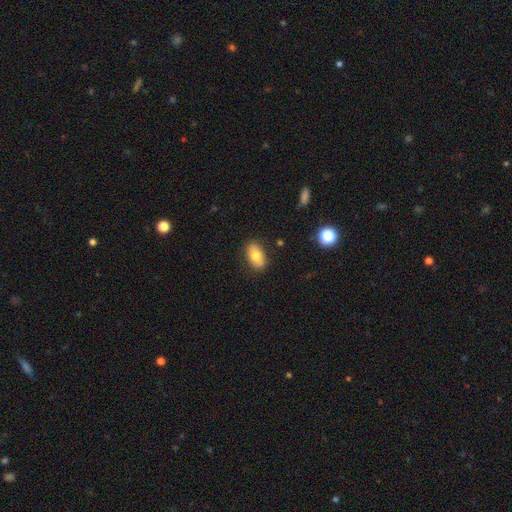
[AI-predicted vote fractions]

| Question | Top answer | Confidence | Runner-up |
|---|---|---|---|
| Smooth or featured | smooth | 77% | featured or disk (15%) |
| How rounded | in between | 91% | round (7%) |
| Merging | none | 85% | minor disturbance (12%) |